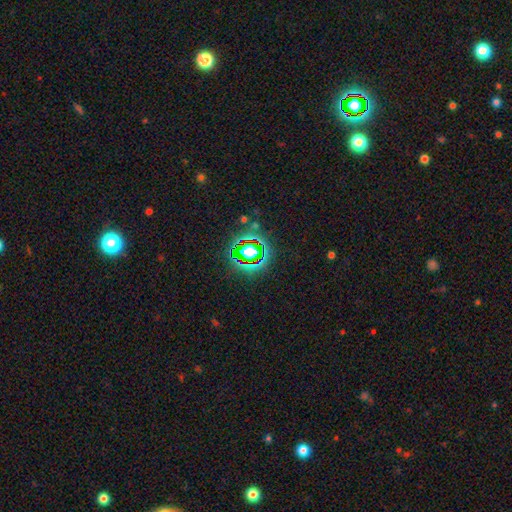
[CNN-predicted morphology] Overall: star or artifact (68%).